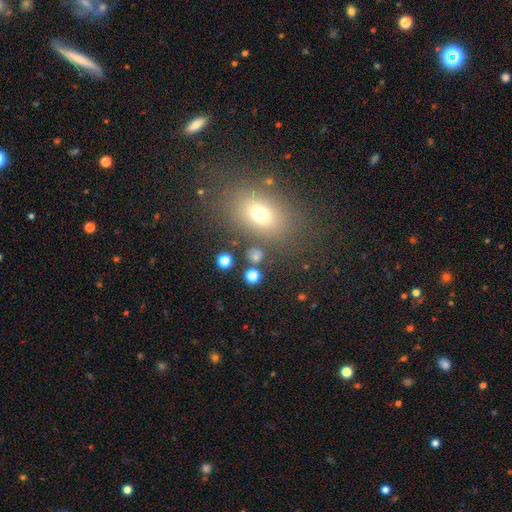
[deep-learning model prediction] The model was most divided on "smooth or featured": smooth: 70%, star or artifact: 20%, featured or disk: 10%. More confident: merging — none (78%); how rounded — round (74%).